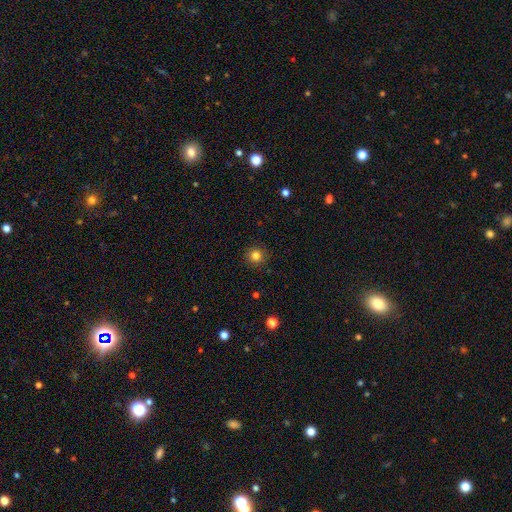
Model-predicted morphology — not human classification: Smooth or featured? smooth (82%)
How rounded? round (93%)
Merging? none (91%)